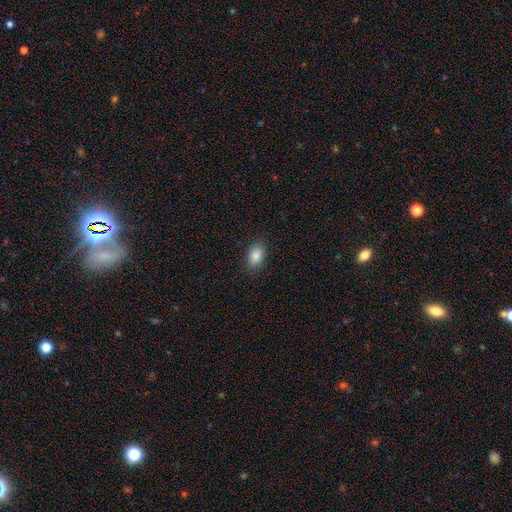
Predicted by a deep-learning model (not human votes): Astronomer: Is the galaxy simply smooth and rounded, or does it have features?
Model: smooth — 86%.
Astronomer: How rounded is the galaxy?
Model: in between — 88%.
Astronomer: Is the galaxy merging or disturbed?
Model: none — 87%.